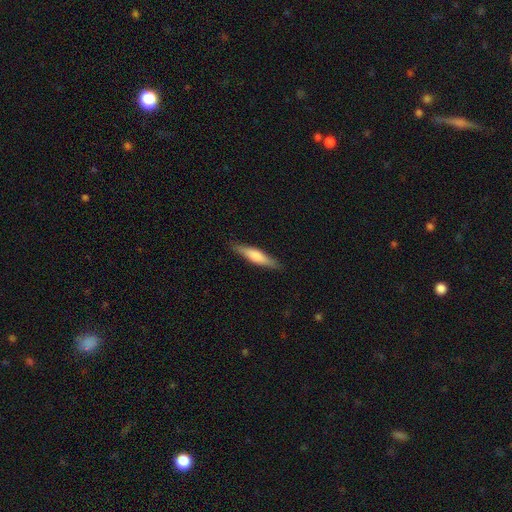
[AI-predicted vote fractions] A smooth galaxy with no disk features (61%) that is cigar-shaped (81%).

Vote fractions:
- Smooth or featured? smooth: 61% / featured or disk: 33% / star or artifact: 5%
- How rounded? cigar-shaped: 81% / in between: 17% / round: 2%
- Merging? none: 88% / minor disturbance: 9% / major disturbance: 2% / merger: 1%